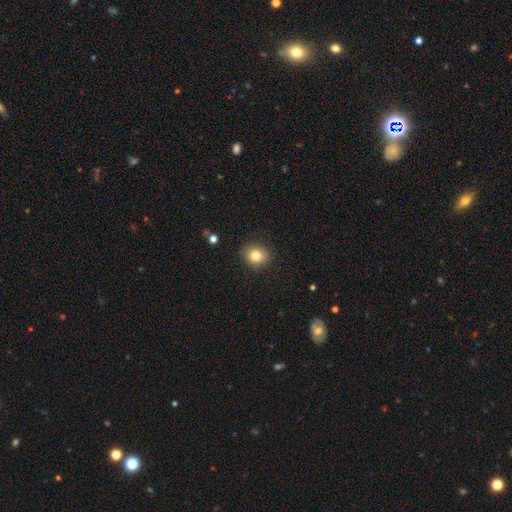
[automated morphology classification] A smooth galaxy with no disk features (81%) that is round (75%).

Vote fractions:
- Smooth or featured? smooth: 81% / star or artifact: 11% / featured or disk: 8%
- How rounded? round: 75% / in between: 24% / cigar-shaped: 1%
- Merging? none: 87% / minor disturbance: 9% / major disturbance: 2% / merger: 1%